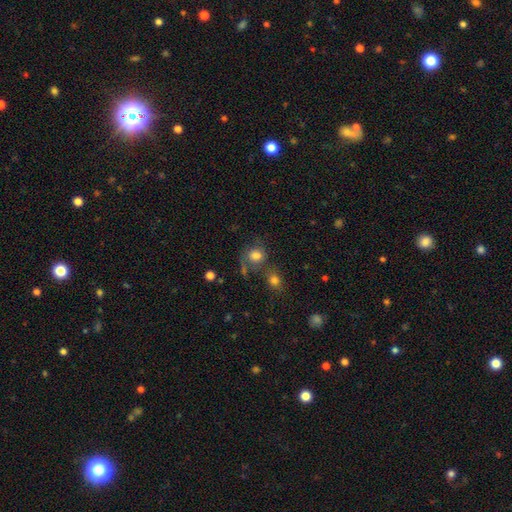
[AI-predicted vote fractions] A smooth galaxy with no disk features (73%) that is round (71%).

Vote fractions:
- Smooth or featured? smooth: 73% / featured or disk: 15% / star or artifact: 11%
- How rounded? round: 71% / in between: 28% / cigar-shaped: 1%
- Merging? none: 45% / merger: 24% / minor disturbance: 17% / major disturbance: 14%